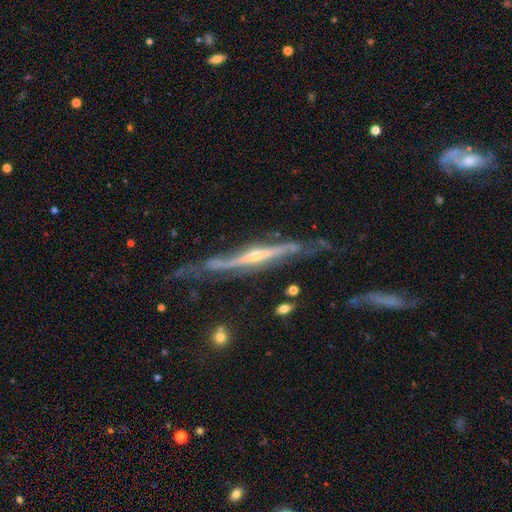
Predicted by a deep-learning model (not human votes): Smooth or featured?
  - featured or disk: 87% *
  - smooth: 8%
  - star or artifact: 5%
Edge-on disk?
  - yes: 85% *
  - no: 15%
Edge-on bulge?
  - rounded: 72% *
  - none: 22%
  - boxy: 6%
Merging?
  - none: 56% *
  - minor disturbance: 28%
  - major disturbance: 12%
  - merger: 3%